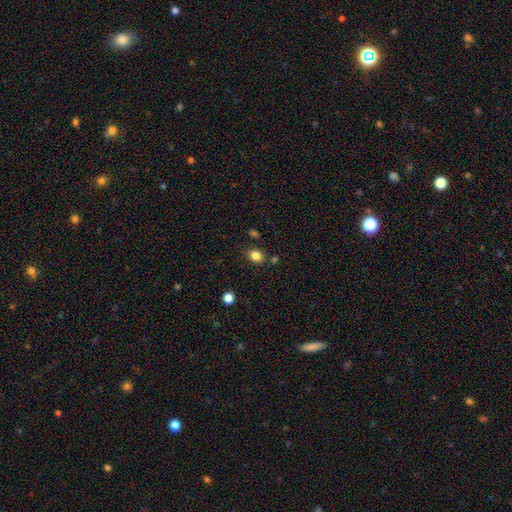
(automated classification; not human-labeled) This appears to be a smooth galaxy with no disk features (83%) that is in between round and cigar-shaped (51%). Merging: none (79%).